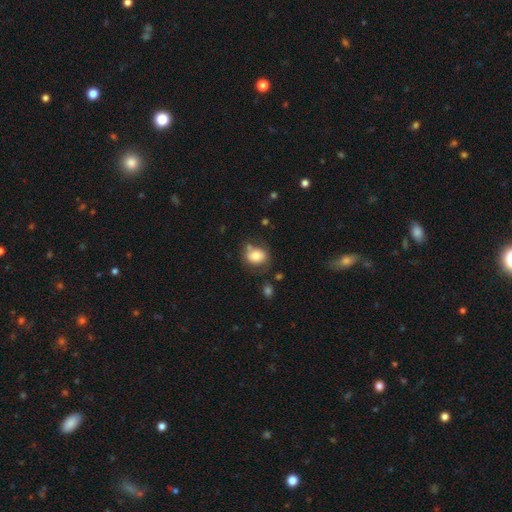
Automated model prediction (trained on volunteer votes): Overall: smooth (76%). How rounded: round (58%; in between 41%). Merging: none (60%; minor disturbance 23%).